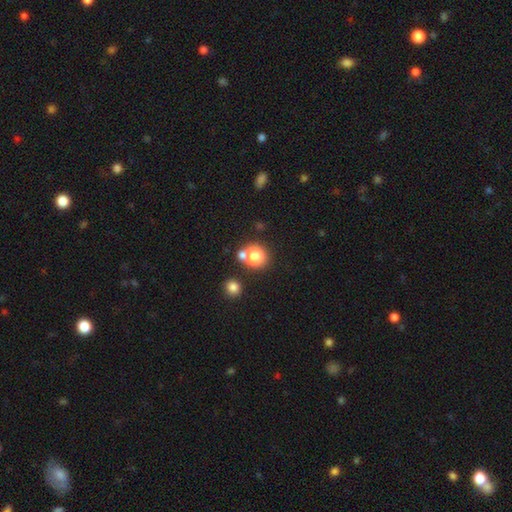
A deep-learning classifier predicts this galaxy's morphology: A smooth galaxy with no disk features (77%) that is round (81%).

Vote fractions:
- Smooth or featured? smooth: 77% / star or artifact: 13% / featured or disk: 9%
- How rounded? round: 81% / in between: 18% / cigar-shaped: 1%
- Merging? none: 62% / merger: 25% / minor disturbance: 9% / major disturbance: 4%